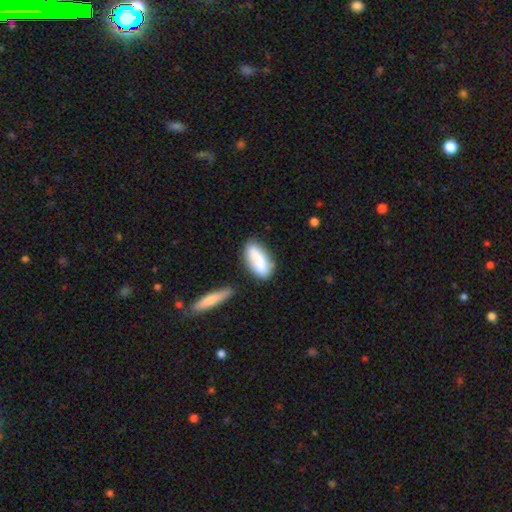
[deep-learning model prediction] This is likely a smooth galaxy (78%). How rounded: likely in between (74%). Merging: possibly none (57%).